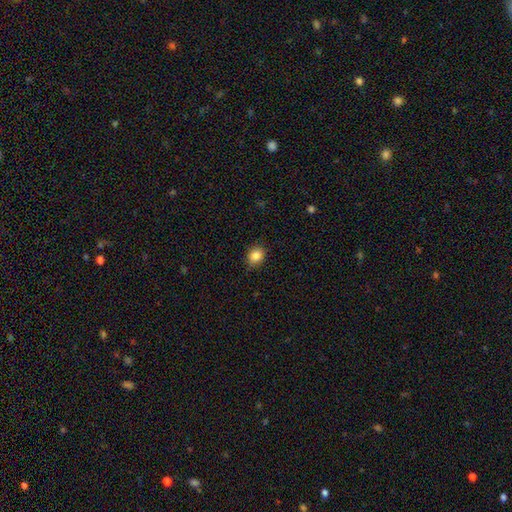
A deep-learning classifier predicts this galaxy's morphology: Smooth or featured? smooth (85%)
How rounded? round (56%)
Merging? none (84%)